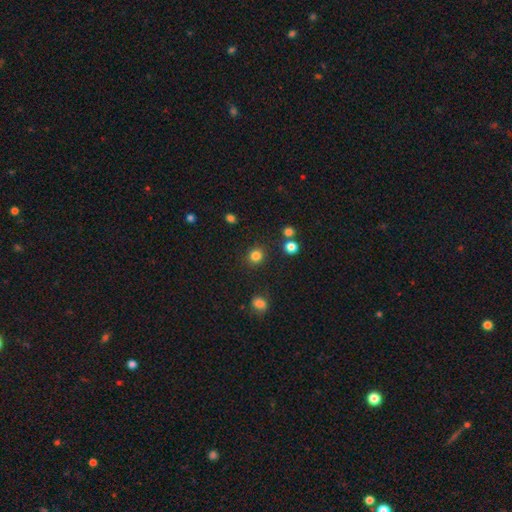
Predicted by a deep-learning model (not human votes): Q: Smooth or featured?
A: smooth (82%); runner-up: star or artifact (13%)
Q: How rounded?
A: round (87%); runner-up: in between (12%)
Q: Merging?
A: none (87%); runner-up: minor disturbance (7%)